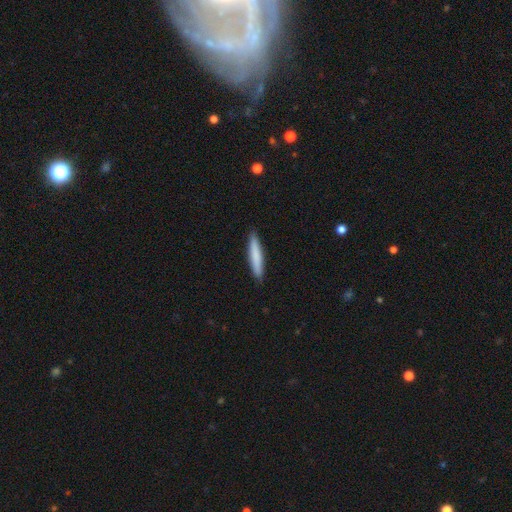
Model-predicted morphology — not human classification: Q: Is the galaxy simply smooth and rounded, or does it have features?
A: smooth — 80%.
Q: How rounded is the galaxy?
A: cigar-shaped — 93%.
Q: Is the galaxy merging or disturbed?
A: none — 91%.